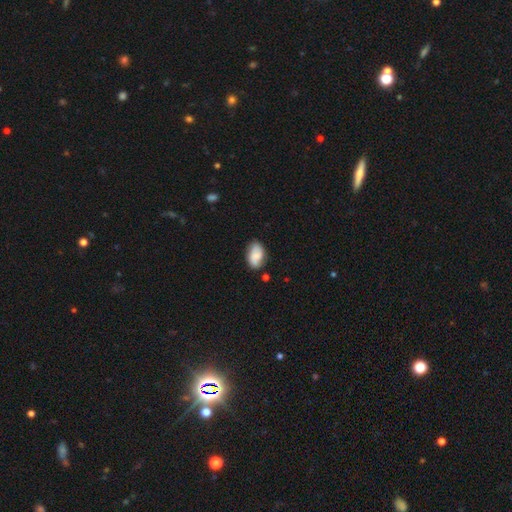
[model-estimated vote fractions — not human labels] A smooth galaxy with no disk features (70%) that is in between round and cigar-shaped (90%).

Vote fractions:
- Smooth or featured? smooth: 70% / featured or disk: 22% / star or artifact: 8%
- How rounded? in between: 90% / round: 8% / cigar-shaped: 2%
- Merging? none: 70% / minor disturbance: 22% / major disturbance: 4% / merger: 3%